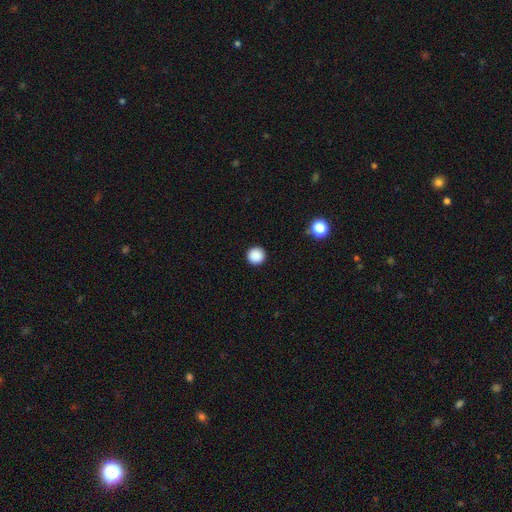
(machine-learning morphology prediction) Q: Smooth or featured?
A: smooth (88%); runner-up: star or artifact (9%)
Q: How rounded?
A: round (97%); runner-up: in between (2%)
Q: Merging?
A: none (93%); runner-up: minor disturbance (4%)